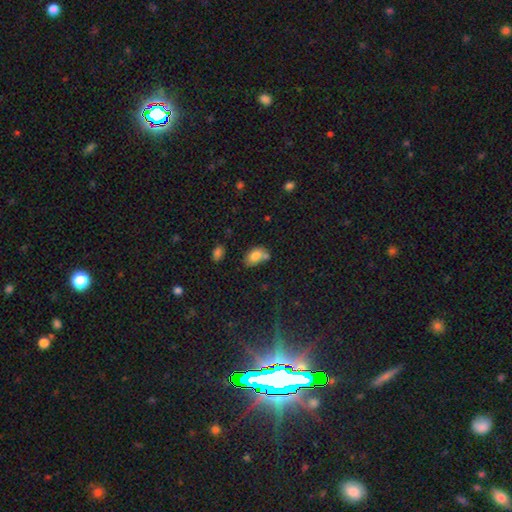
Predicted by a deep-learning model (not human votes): The model was most divided on "merging": none: 45%, merger: 30%, minor disturbance: 19%, major disturbance: 6%. More confident: how rounded — in between (86%); smooth or featured — smooth (79%).